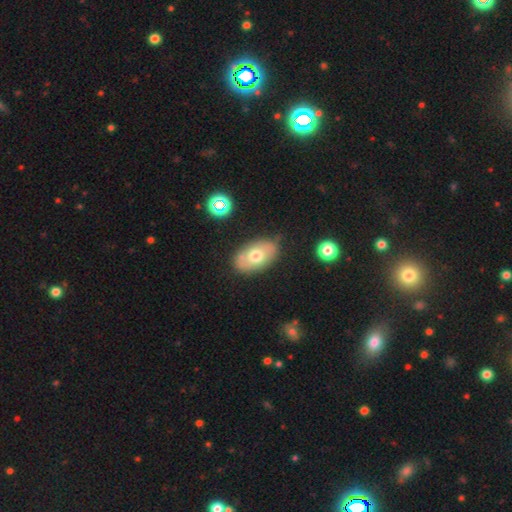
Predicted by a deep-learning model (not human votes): The model was most divided on "smooth or featured": smooth: 60%, featured or disk: 32%, star or artifact: 8%. More confident: how rounded — in between (91%); merging — none (76%).